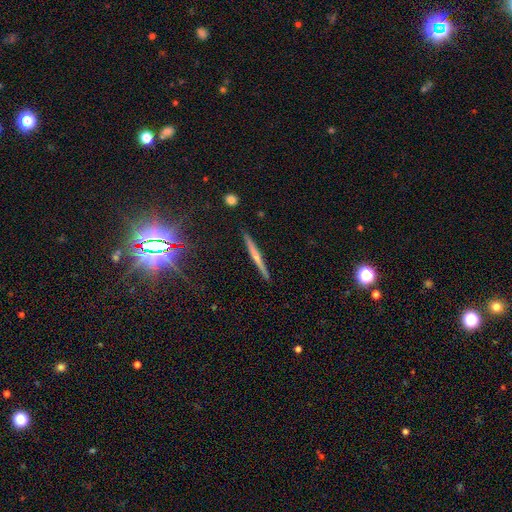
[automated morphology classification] Smooth or featured? featured or disk (52%)
Edge-on disk? yes (97%)
Edge-on bulge? none (57%)
Merging? none (91%)